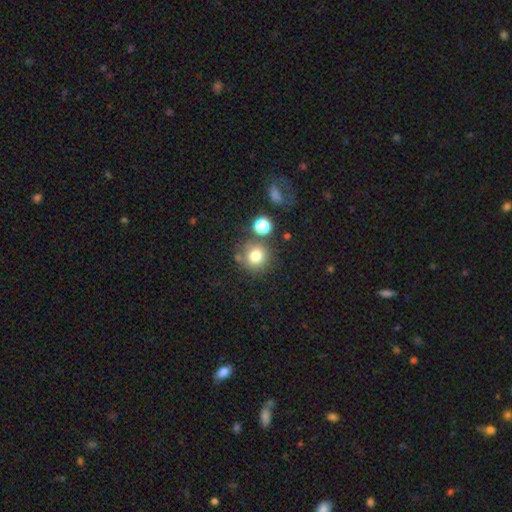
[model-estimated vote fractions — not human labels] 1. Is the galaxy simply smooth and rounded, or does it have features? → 77% smooth, 14% star or artifact, 9% featured or disk.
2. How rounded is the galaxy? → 91% round, 8% in between, 1% cigar-shaped.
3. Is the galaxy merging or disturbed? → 71% none, 13% merger, 11% minor disturbance, 5% major disturbance.